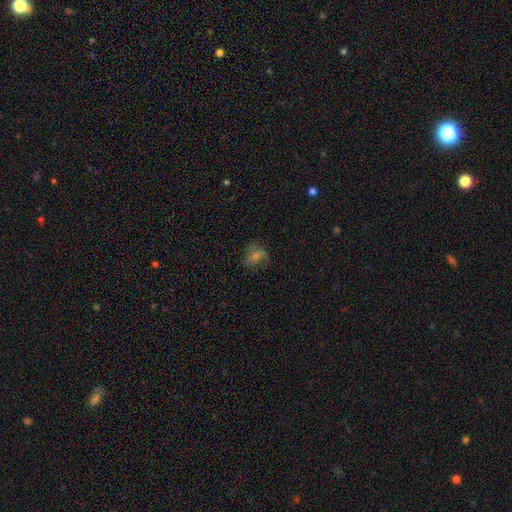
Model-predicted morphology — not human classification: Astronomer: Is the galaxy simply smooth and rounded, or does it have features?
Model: smooth — 44% (runner-up: featured or disk, 34%).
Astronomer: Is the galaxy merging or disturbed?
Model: none — 65%.